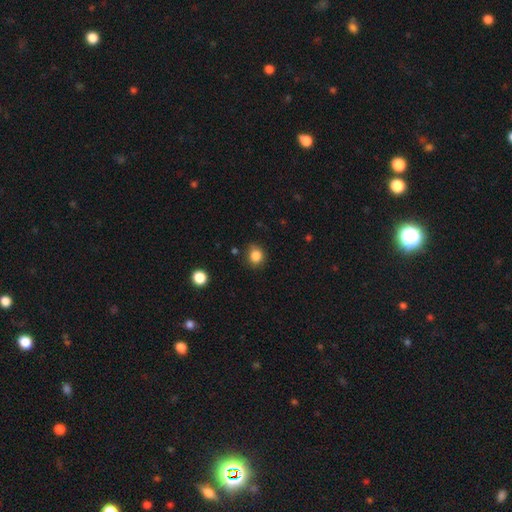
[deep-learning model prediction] smooth-or-featured: smooth: 85% | star or artifact: 11% | featured or disk: 4%
  how-rounded: round: 75% | in between: 24% | cigar-shaped: 1%
  merging: none: 79% | minor disturbance: 15% | major disturbance: 4% | merger: 2%